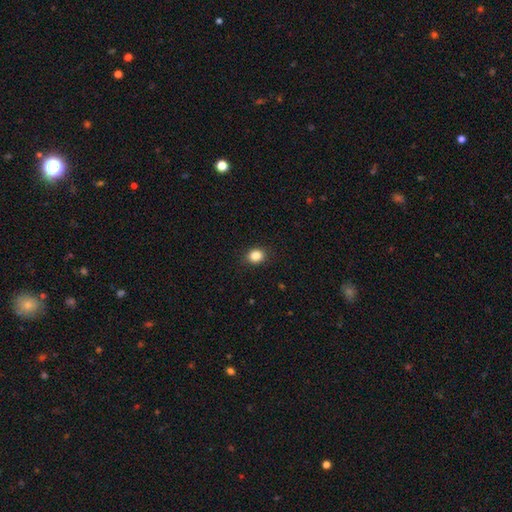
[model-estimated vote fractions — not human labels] This appears to be a smooth galaxy with no disk features (85%) that is round (68%). Merging: none (89%).